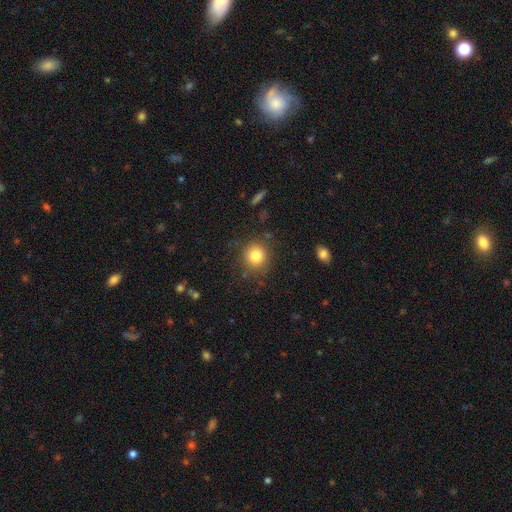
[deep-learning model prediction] A smooth galaxy with no disk features (82%) that is round (88%).

Vote fractions:
- Smooth or featured? smooth: 82% / star or artifact: 11% / featured or disk: 7%
- How rounded? round: 88% / in between: 11% / cigar-shaped: 1%
- Merging? none: 83% / minor disturbance: 11% / major disturbance: 4% / merger: 2%